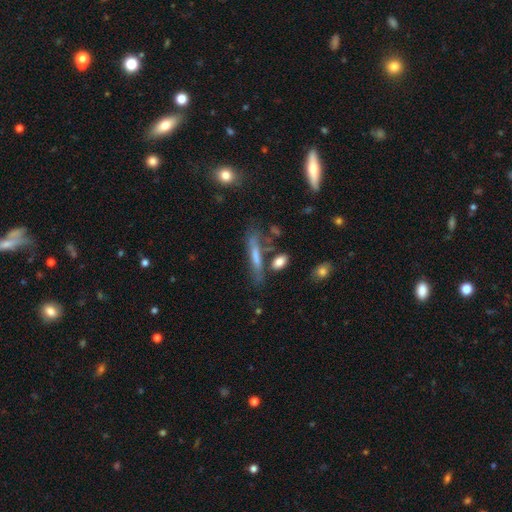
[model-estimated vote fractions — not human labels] A smooth galaxy with no disk features (47%). Merging: none (56%).